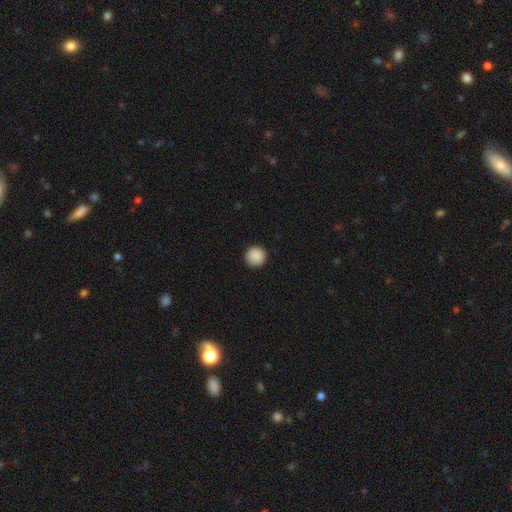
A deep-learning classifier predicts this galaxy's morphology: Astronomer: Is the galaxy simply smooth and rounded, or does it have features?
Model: smooth — 89%.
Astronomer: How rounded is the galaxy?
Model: round — 96%.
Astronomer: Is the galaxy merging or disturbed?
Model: none — 91%.